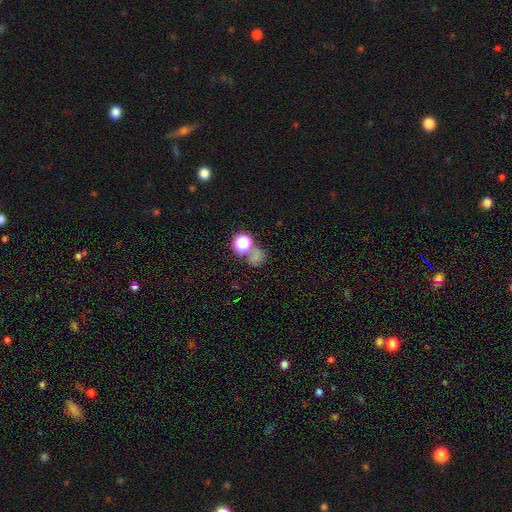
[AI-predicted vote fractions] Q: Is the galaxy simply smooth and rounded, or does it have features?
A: smooth — 61%.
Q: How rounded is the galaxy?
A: round — 76%.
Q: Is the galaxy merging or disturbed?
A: none — 51%.